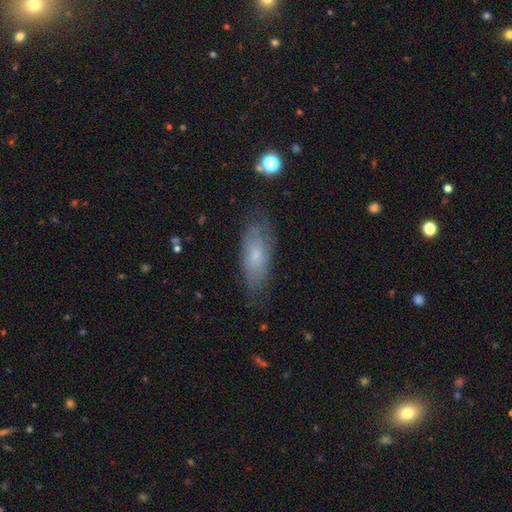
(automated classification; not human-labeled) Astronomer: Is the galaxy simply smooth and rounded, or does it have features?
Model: smooth — 60%.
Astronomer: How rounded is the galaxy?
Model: in between — 71%.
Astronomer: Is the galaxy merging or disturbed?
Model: none — 69%.